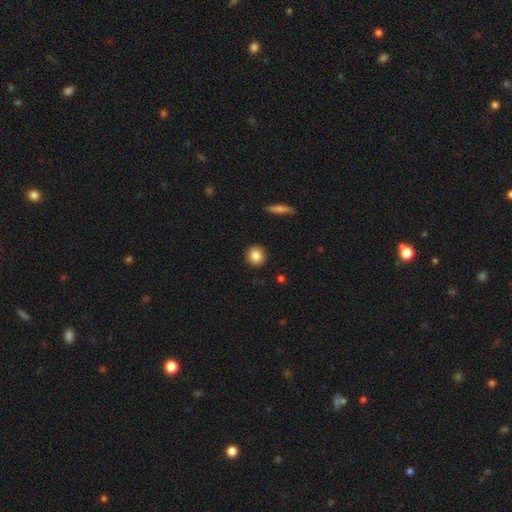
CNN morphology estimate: smooth_or_featured: smooth (p=0.85) [alt: star or artifact p=0.08]
how_rounded: round (p=0.90) [alt: in between p=0.09]
merging: none (p=0.92) [alt: minor disturbance p=0.05]